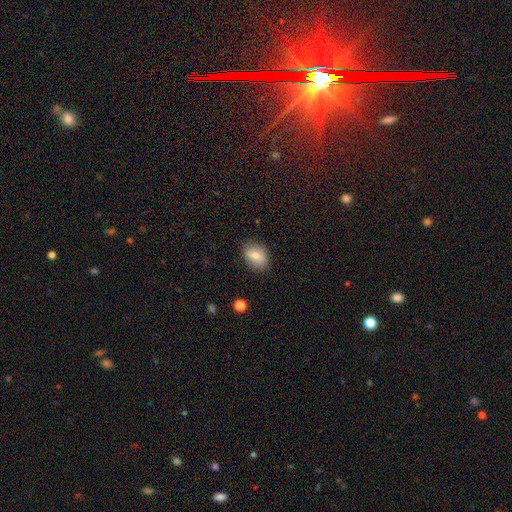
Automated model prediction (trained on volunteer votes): Morphology: type=smooth (77%); roundness=in between (80%); merging=none (80%).